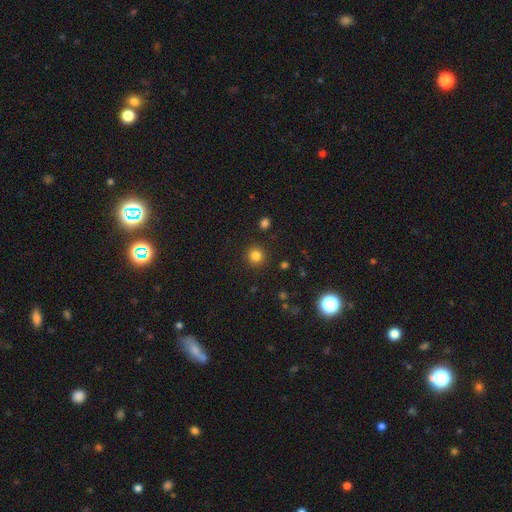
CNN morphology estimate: The model was most divided on "smooth or featured": smooth: 83%, star or artifact: 13%, featured or disk: 5%. More confident: how rounded — round (93%); merging — none (90%).